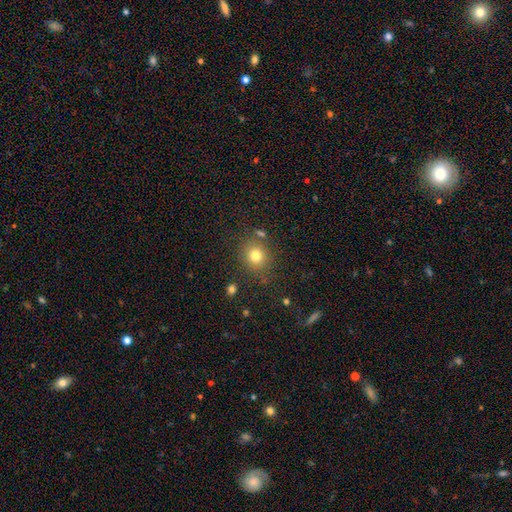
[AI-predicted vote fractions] Morphology: type=smooth (78%); roundness=round (81%); merging=none (80%).